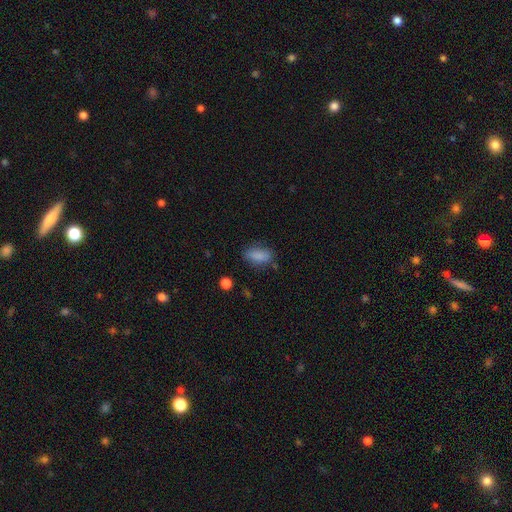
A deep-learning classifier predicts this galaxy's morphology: smooth 82%, star or artifact 10%, featured or disk 8%. Down the decision tree: how rounded — in between (82%); merging — none (75%).